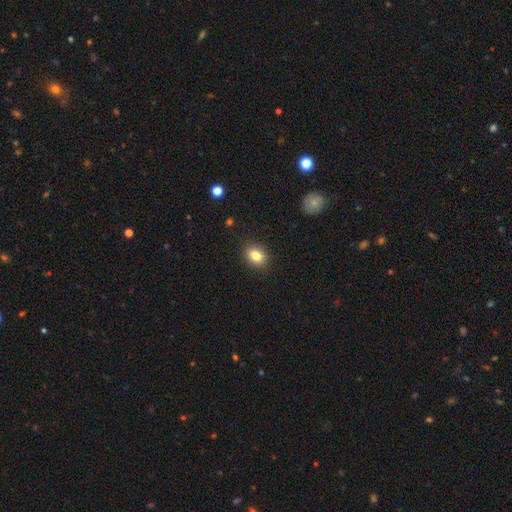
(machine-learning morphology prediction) type=smooth (82%); roundness=in between (55%); merging=none (88%).